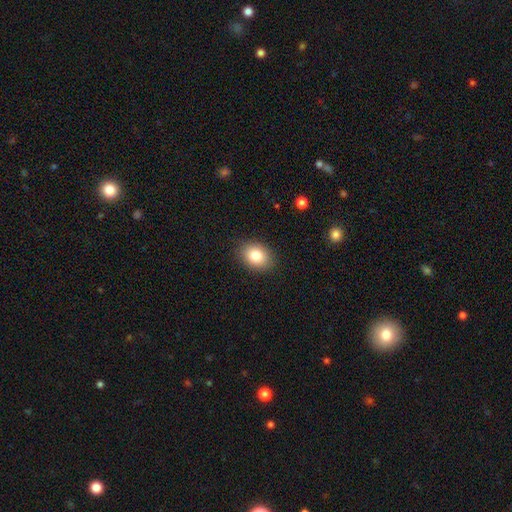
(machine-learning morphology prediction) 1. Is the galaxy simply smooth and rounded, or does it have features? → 82% smooth, 9% star or artifact, 9% featured or disk.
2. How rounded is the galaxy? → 63% in between, 36% round, 1% cigar-shaped.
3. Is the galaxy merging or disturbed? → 88% none, 8% minor disturbance, 2% major disturbance, 1% merger.